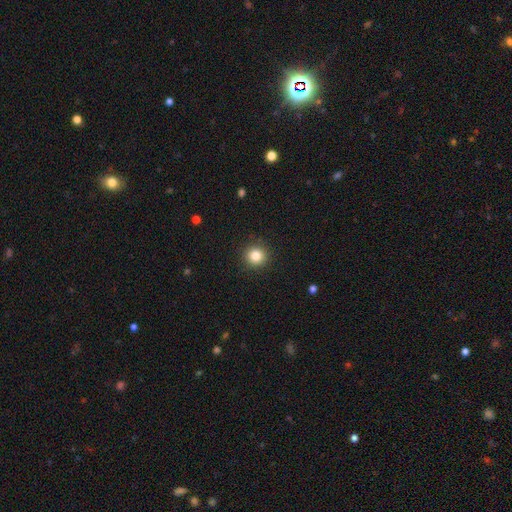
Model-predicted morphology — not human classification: Smooth or featured?
  - smooth: 84% *
  - star or artifact: 11%
  - featured or disk: 5%
How rounded?
  - round: 94% *
  - in between: 5%
  - cigar-shaped: 1%
Merging?
  - none: 92% *
  - minor disturbance: 5%
  - major disturbance: 2%
  - merger: 1%